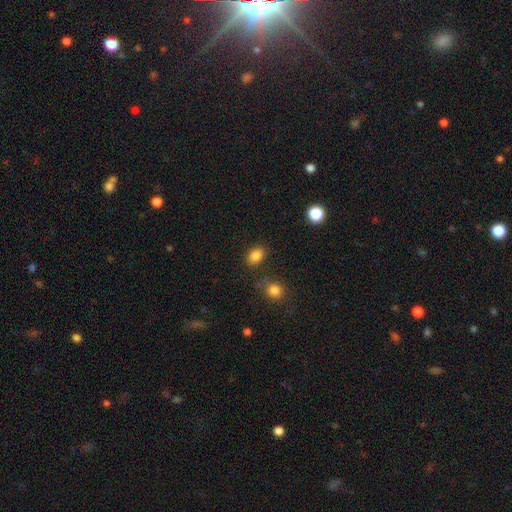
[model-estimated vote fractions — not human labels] Smooth or featured?
  - smooth: 85% *
  - star or artifact: 10%
  - featured or disk: 5%
How rounded?
  - in between: 72% *
  - round: 27%
  - cigar-shaped: 1%
Merging?
  - none: 80% *
  - minor disturbance: 12%
  - merger: 4%
  - major disturbance: 4%